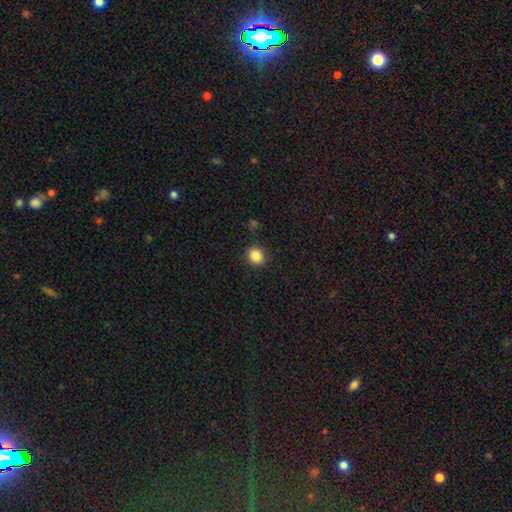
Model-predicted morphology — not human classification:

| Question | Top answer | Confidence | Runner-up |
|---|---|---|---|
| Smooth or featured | smooth | 85% | star or artifact (10%) |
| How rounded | round | 78% | in between (22%) |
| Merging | none | 90% | minor disturbance (7%) |